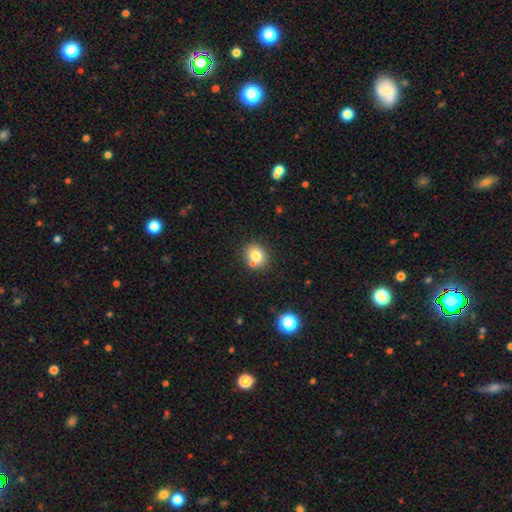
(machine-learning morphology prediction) A smooth galaxy with no disk features (77%) that is round (73%).

Vote fractions:
- Smooth or featured? smooth: 77% / star or artifact: 12% / featured or disk: 11%
- How rounded? round: 73% / in between: 27% / cigar-shaped: 1%
- Merging? none: 70% / merger: 16% / minor disturbance: 11% / major disturbance: 3%